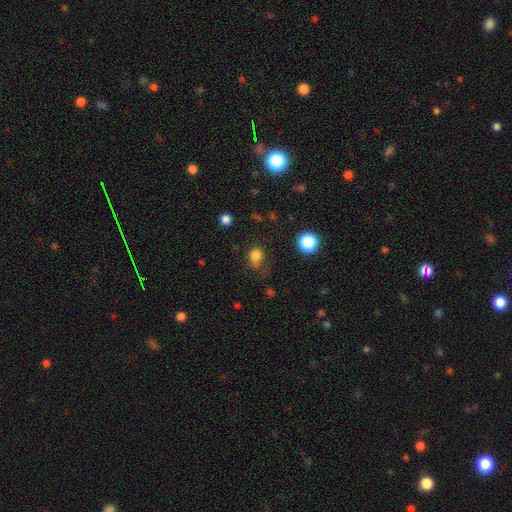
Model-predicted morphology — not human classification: The model was most divided on "merging": none: 52%, minor disturbance: 27%, major disturbance: 17%, merger: 4%. More confident: smooth or featured — smooth (80%); how rounded — round (65%).